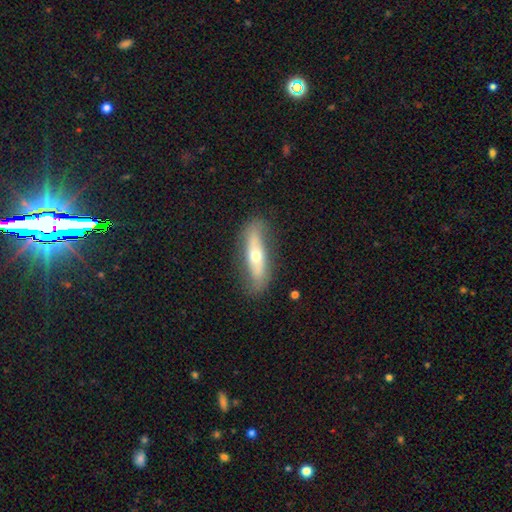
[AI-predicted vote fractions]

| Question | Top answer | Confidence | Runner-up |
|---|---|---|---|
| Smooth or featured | featured or disk | 53% | smooth (41%) |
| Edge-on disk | no | 50% | tied: yes (50%) |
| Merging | none | 78% | minor disturbance (15%) |